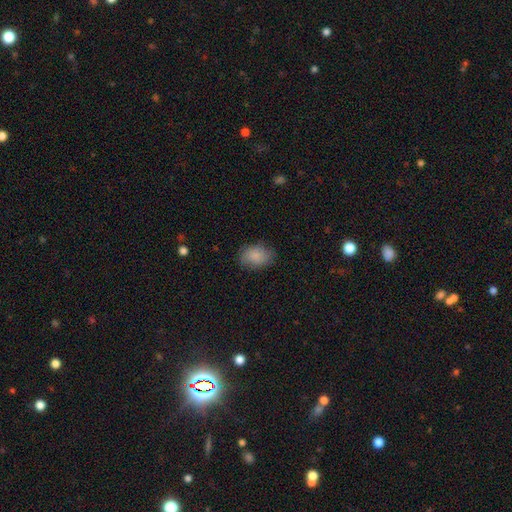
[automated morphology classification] Smooth or featured: smooth — 87% (star or artifact — 7%)
How rounded: in between — 78% (round — 21%)
Merging: none — 80% (minor disturbance — 15%)